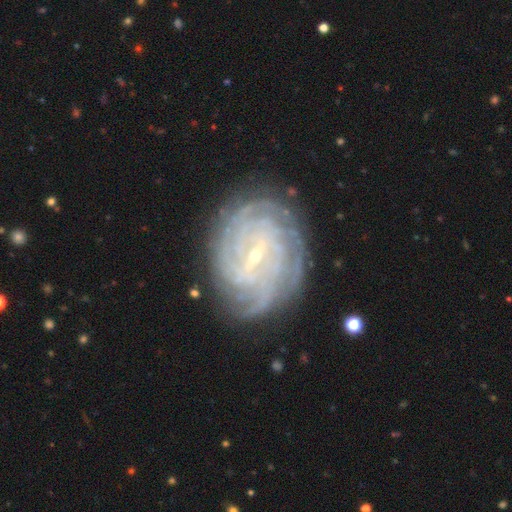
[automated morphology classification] smooth-or-featured: featured or disk: 90% | star or artifact: 5% | smooth: 5%
  disk-edge-on: no: 97% | yes: 3%
    bar: weak: 47% | strong: 40% | no: 13%
    has-spiral-arms: yes: 97% | no: 3%
      spiral-winding: tight: 82% | medium: 15% | loose: 3%
      spiral-arm-count: 4: 25% | more than 4: 24% | can't tell: 24% | 3: 11% | 2: 9% | 1: 7%
    bulge-size: small: 77% | moderate: 19% | none: 2% | large: 1% | dominant: 1%
  merging: none: 81% | minor disturbance: 13% | major disturbance: 4% | merger: 1%